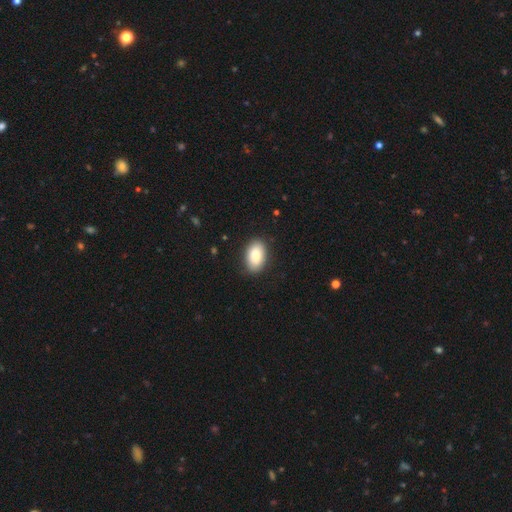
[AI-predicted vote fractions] smooth_or_featured: smooth (p=0.87) [alt: featured or disk p=0.07]
how_rounded: in between (p=0.93) [alt: round p=0.06]
merging: none (p=0.87) [alt: minor disturbance p=0.10]